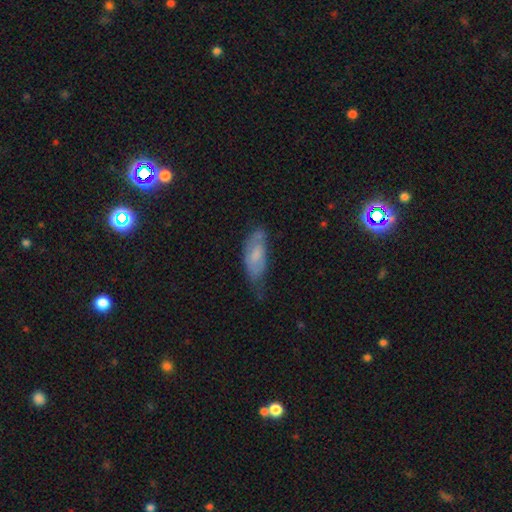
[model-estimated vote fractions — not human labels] smooth_or_featured: smooth (p=0.58) [alt: featured or disk p=0.34]
how_rounded: in between (p=0.74) [alt: cigar-shaped p=0.24]
merging: none (p=0.41) [alt: minor disturbance p=0.39]